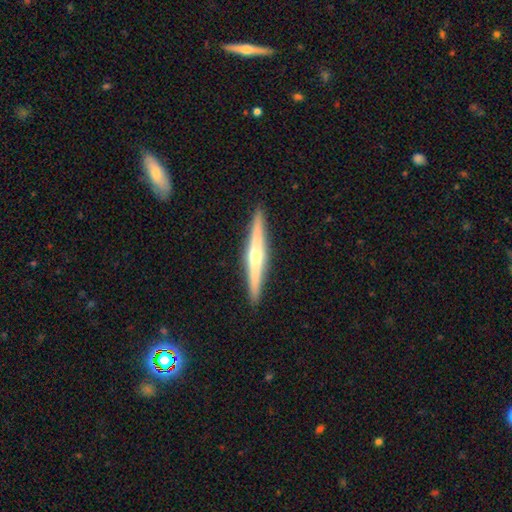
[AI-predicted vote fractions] This is likely a featured or disk galaxy (73%). It is clearly viewed edge-on (98%). Edge-on bulge: clearly rounded (87%). Merging: clearly none (92%).